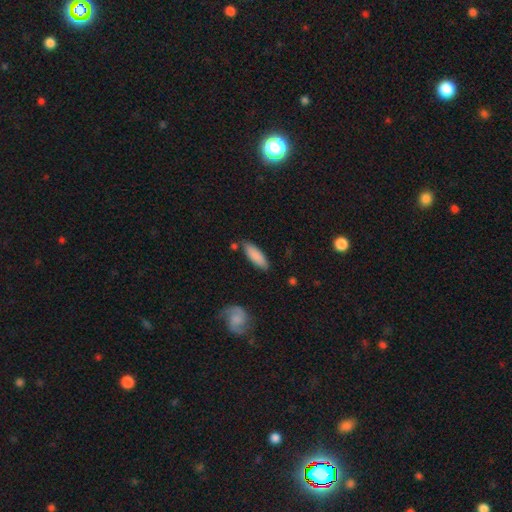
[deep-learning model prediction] smooth_or_featured: smooth (p=0.84) [alt: featured or disk p=0.10]
how_rounded: in between (p=0.54) [alt: cigar-shaped p=0.44]
merging: none (p=0.78) [alt: minor disturbance p=0.15]